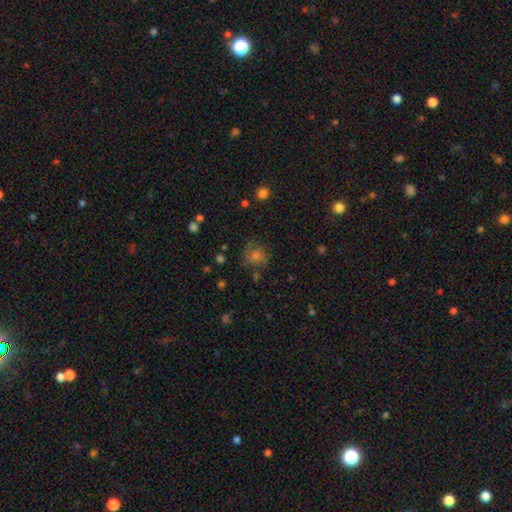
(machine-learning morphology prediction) type=smooth (49%); merging=none (70%).